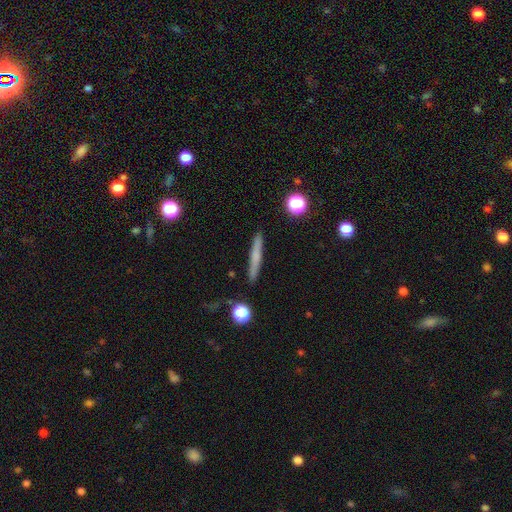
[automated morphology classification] Smooth or featured? Predicted: smooth (p=0.57). How rounded? Predicted: cigar-shaped (p=0.94). Merging? Predicted: none (p=0.90).